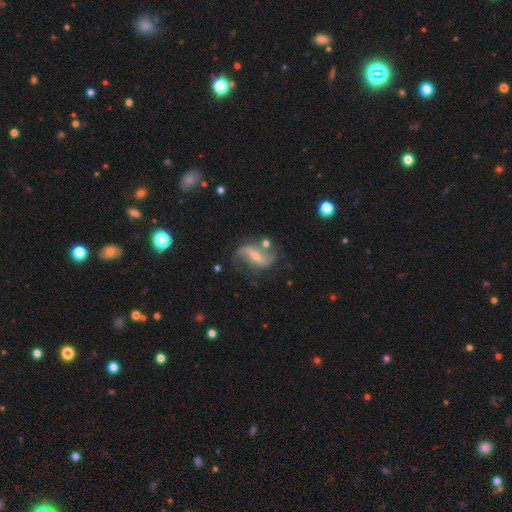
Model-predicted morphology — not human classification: smooth_or_featured: featured or disk (p=0.82) [alt: smooth p=0.11]
disk_edge_on: no (p=0.94) [alt: yes p=0.06]
bar: strong (p=0.51) [alt: weak p=0.30]
has_spiral_arms: yes (p=0.91) [alt: no p=0.09]
spiral_winding: loose (p=0.71) [alt: medium p=0.22]
spiral_arm_count: 2 (p=0.83) [alt: 1 p=0.09]
bulge_size: small (p=0.56) [alt: moderate p=0.39]
merging: none (p=0.59) [alt: minor disturbance p=0.20]